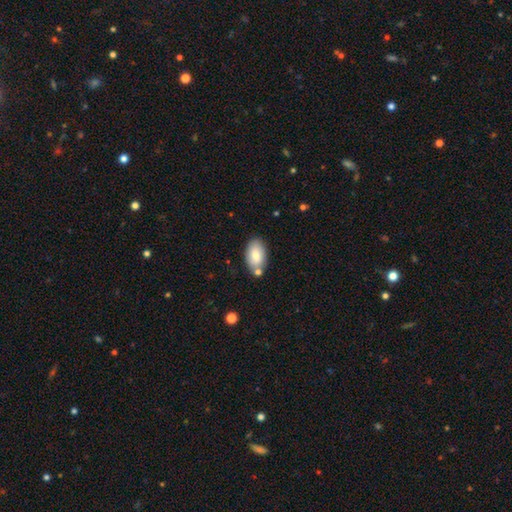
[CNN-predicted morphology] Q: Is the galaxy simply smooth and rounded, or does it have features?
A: smooth — 80%.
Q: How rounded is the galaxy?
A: in between — 93%.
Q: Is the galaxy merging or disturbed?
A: none — 70%.